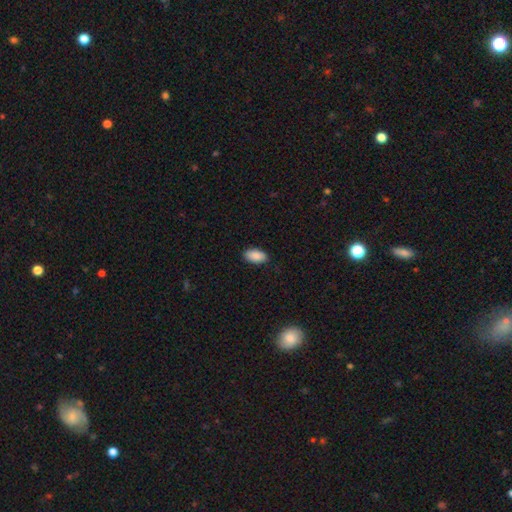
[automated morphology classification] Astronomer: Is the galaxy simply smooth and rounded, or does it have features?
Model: smooth — 90%.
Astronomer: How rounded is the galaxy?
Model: in between — 95%.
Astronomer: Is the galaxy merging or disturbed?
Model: none — 88%.